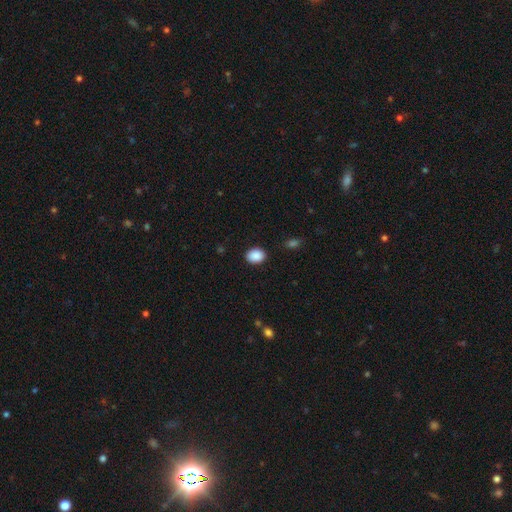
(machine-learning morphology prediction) Overall: smooth (90%). How rounded: in between (60%; round 39%). Merging: none (88%).